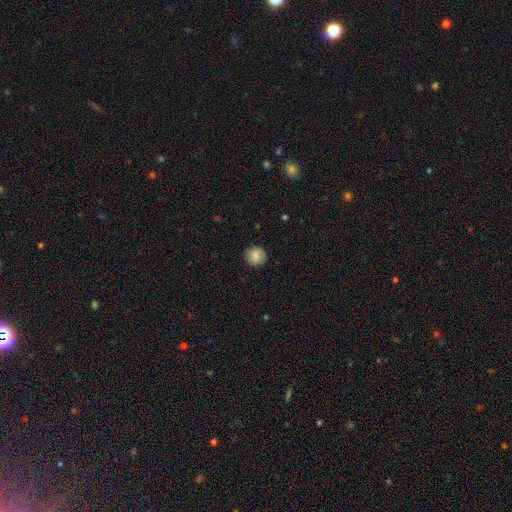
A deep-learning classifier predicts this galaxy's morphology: Overall: smooth (85%). How rounded: round (92%). Merging: none (90%).